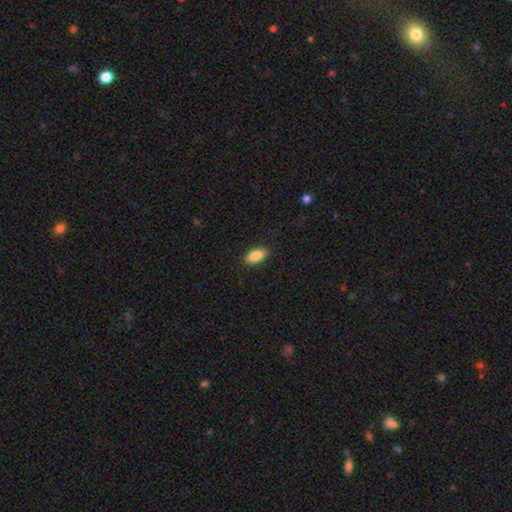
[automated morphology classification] This is clearly a smooth galaxy (86%). How rounded: clearly in between (89%). Merging: clearly none (87%).